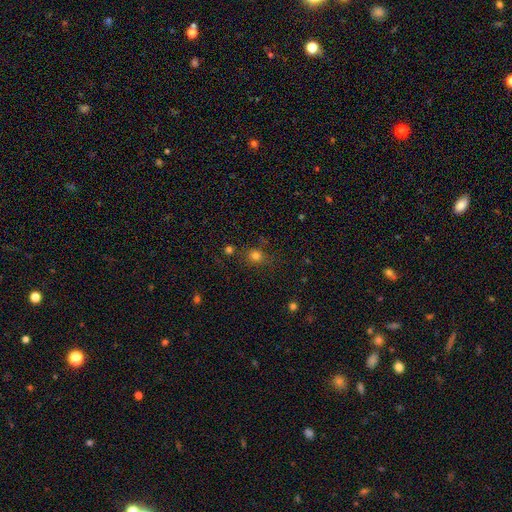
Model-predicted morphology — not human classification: Smooth or featured? Predicted: smooth (p=0.76). How rounded? Predicted: round (p=0.79). Merging? Predicted: none (p=0.74).